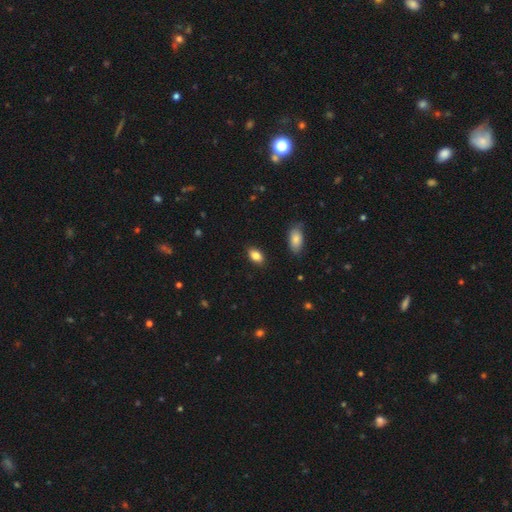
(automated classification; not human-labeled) A smooth galaxy with no disk features (85%) that is in between round and cigar-shaped (91%).

Vote fractions:
- Smooth or featured? smooth: 85% / star or artifact: 8% / featured or disk: 7%
- How rounded? in between: 91% / round: 7% / cigar-shaped: 3%
- Merging? none: 86% / minor disturbance: 10% / major disturbance: 2% / merger: 1%